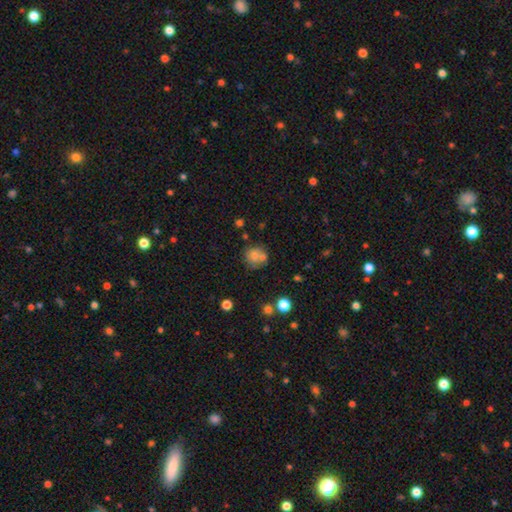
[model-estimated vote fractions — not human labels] A smooth galaxy with no disk features (74%) that is round (83%). Merging: none (53%).